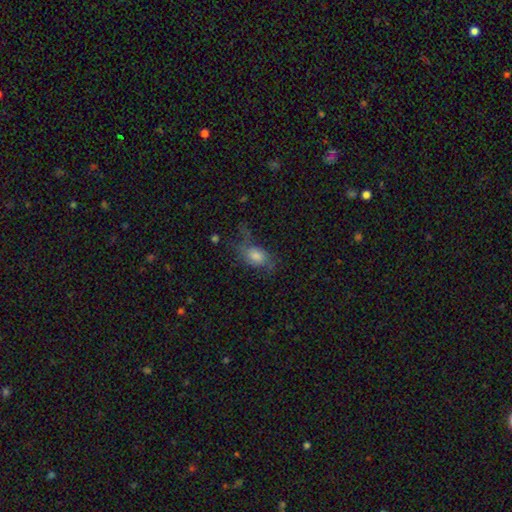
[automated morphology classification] smooth 55%, featured or disk 33%, star or artifact 13%. Down the decision tree: how rounded — in between (76%); merging — none (44%).